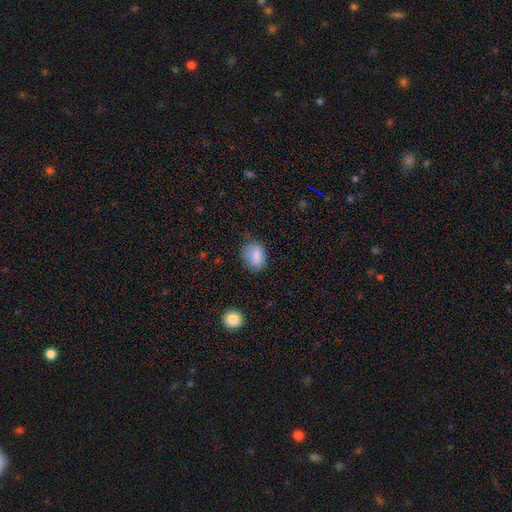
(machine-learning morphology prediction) type=smooth (86%); roundness=in between (67%); merging=none (70%).